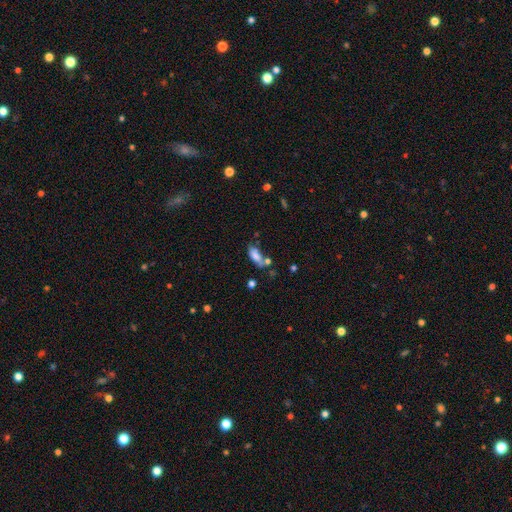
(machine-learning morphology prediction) smooth 75%, featured or disk 16%, star or artifact 10%. Down the decision tree: how rounded — in between (78%); merging — none (43%).